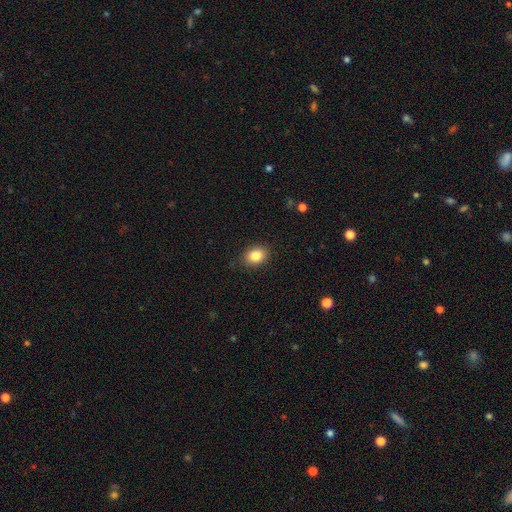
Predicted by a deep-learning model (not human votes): Q: Smooth or featured?
A: smooth (84%); runner-up: star or artifact (9%)
Q: How rounded?
A: in between (58%); runner-up: round (41%)
Q: Merging?
A: none (86%); runner-up: minor disturbance (10%)